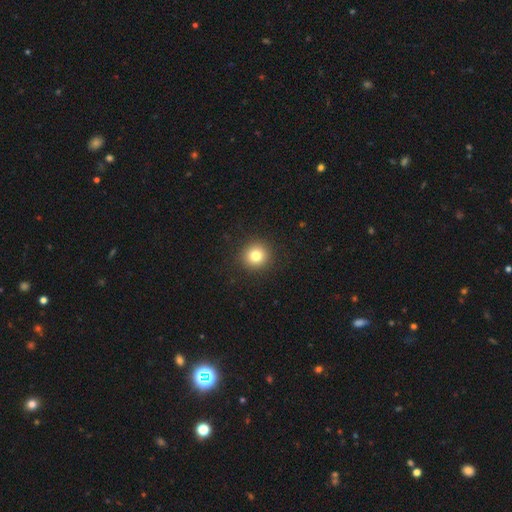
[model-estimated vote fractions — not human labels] This is clearly a smooth galaxy (80%). How rounded: clearly round (93%). Merging: clearly none (92%).